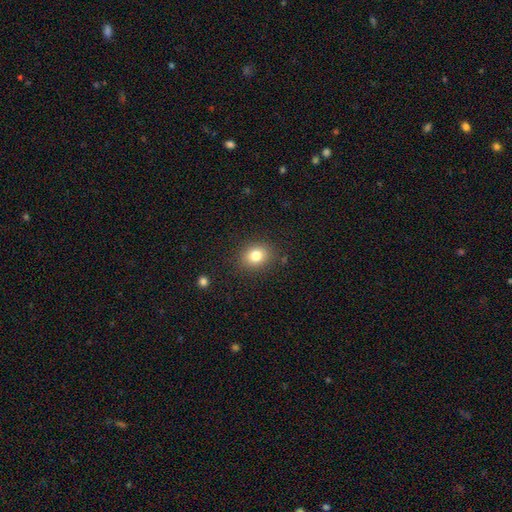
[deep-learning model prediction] Smooth or featured? Predicted: smooth (p=0.80). How rounded? Predicted: round (p=0.61). Merging? Predicted: none (p=0.87).